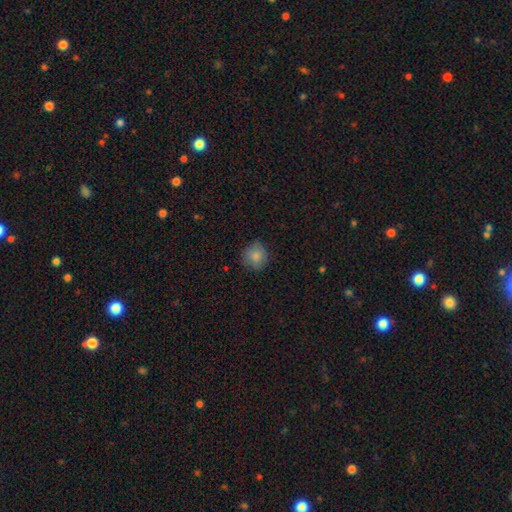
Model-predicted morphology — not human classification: The model was most divided on "merging": none: 80%, minor disturbance: 16%, major disturbance: 3%, merger: 1%. More confident: how rounded — round (89%); smooth or featured — smooth (83%).